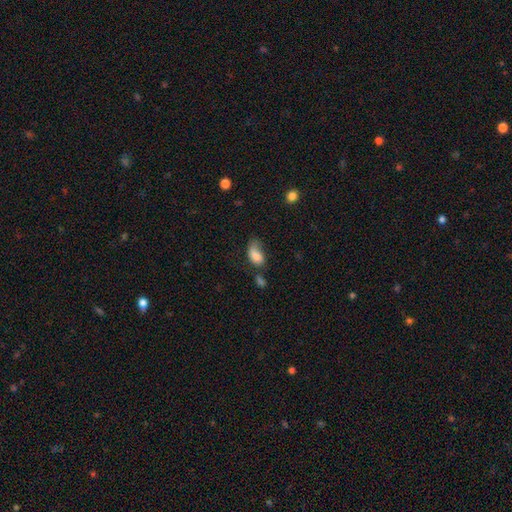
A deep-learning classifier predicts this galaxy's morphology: Smooth or featured? Predicted: smooth (p=0.79). How rounded? Predicted: in between (p=0.91). Merging? Predicted: minor disturbance (p=0.32).